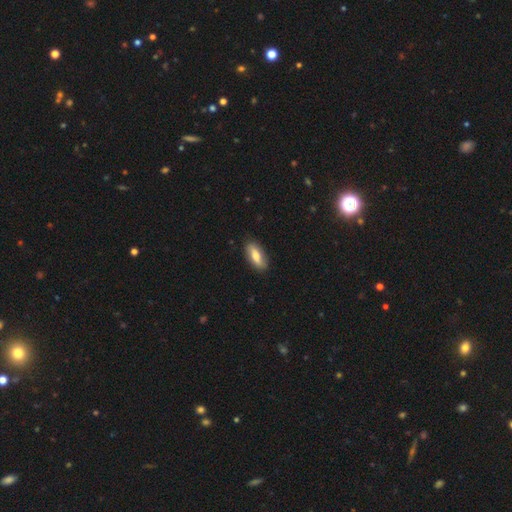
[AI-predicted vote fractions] Smooth or featured?
  - smooth: 61% *
  - featured or disk: 33%
  - star or artifact: 6%
How rounded?
  - in between: 80% *
  - cigar-shaped: 17%
  - round: 4%
Merging?
  - none: 85% *
  - minor disturbance: 12%
  - major disturbance: 2%
  - merger: 1%